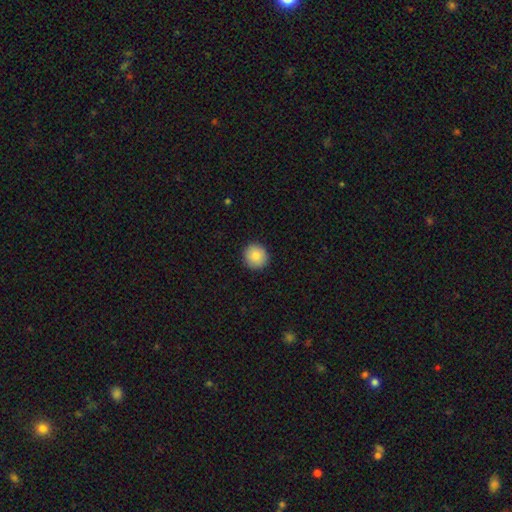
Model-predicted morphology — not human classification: Smooth or featured? Predicted: smooth (p=0.87). How rounded? Predicted: round (p=0.93). Merging? Predicted: none (p=0.92).